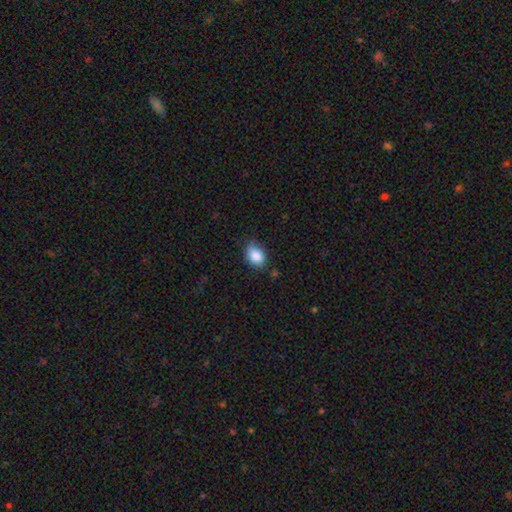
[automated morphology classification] Smooth or featured: smooth — 85% (star or artifact — 8%)
How rounded: in between — 72% (round — 27%)
Merging: none — 66% (minor disturbance — 27%)